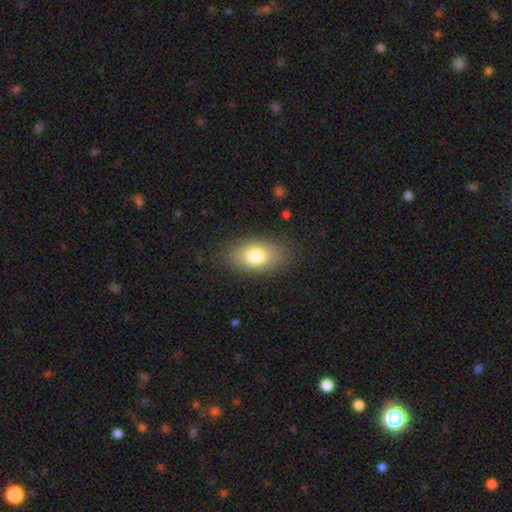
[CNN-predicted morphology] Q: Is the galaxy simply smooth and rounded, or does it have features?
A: smooth — 77%.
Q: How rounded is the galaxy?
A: in between — 86%.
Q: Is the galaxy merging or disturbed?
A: none — 83%.